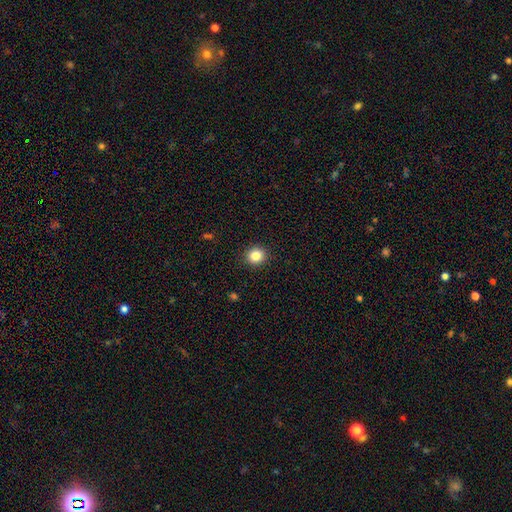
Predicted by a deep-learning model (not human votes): A smooth galaxy with no disk features (85%) that is round (87%). Merging: none (92%).